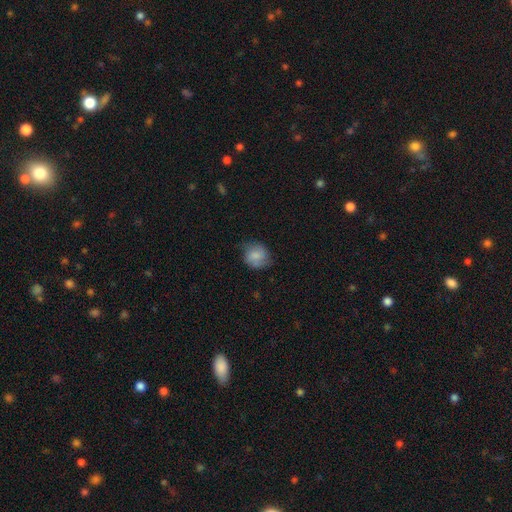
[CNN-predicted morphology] Smooth or featured: smooth — 69% (featured or disk — 23%)
How rounded: round — 70% (in between — 29%)
Merging: none — 65% (minor disturbance — 25%)